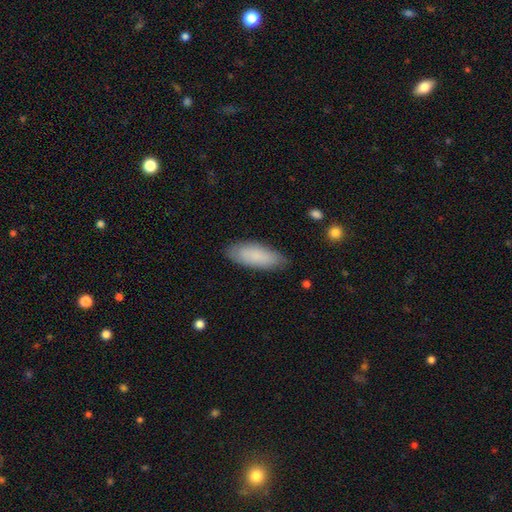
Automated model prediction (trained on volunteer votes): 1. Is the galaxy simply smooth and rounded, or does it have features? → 83% smooth, 11% featured or disk, 6% star or artifact.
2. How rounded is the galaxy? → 68% in between, 30% cigar-shaped, 2% round.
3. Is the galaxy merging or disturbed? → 83% none, 13% minor disturbance, 3% major disturbance, 1% merger.